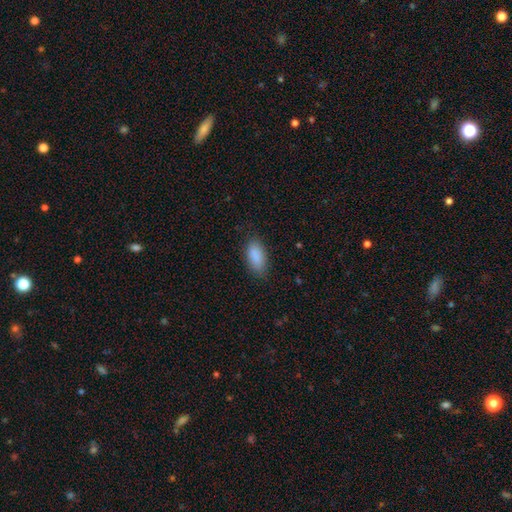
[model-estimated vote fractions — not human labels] Morphology: type=smooth (89%); roundness=in between (90%); merging=none (81%).